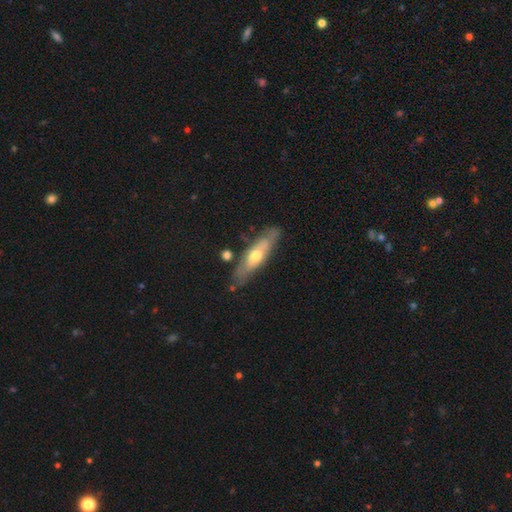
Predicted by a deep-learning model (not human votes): This is possibly a featured or disk galaxy (55%). It is possibly viewed edge-on (54%). Merging: likely none (76%).